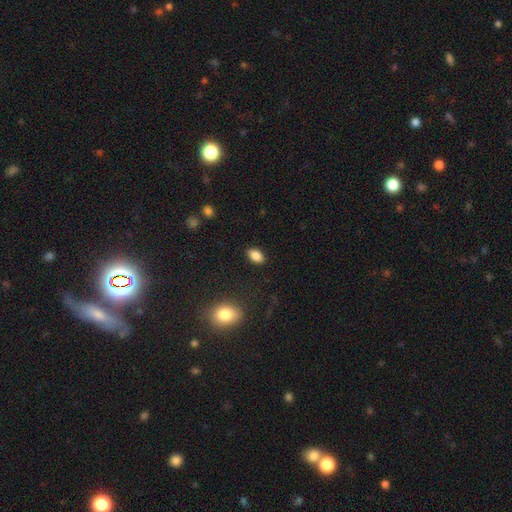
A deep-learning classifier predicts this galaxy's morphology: smooth 87%, star or artifact 8%, featured or disk 5%. Down the decision tree: how rounded — in between (90%); merging — none (88%).